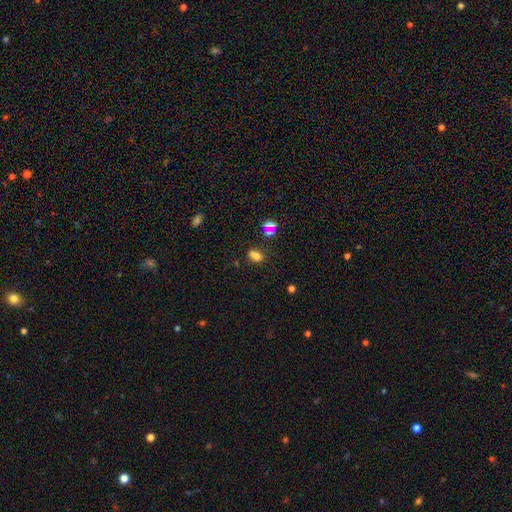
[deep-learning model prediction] The model was most divided on "how rounded": in between: 65%, round: 32%, cigar-shaped: 3%. More confident: smooth or featured — smooth (67%); merging — none (57%).